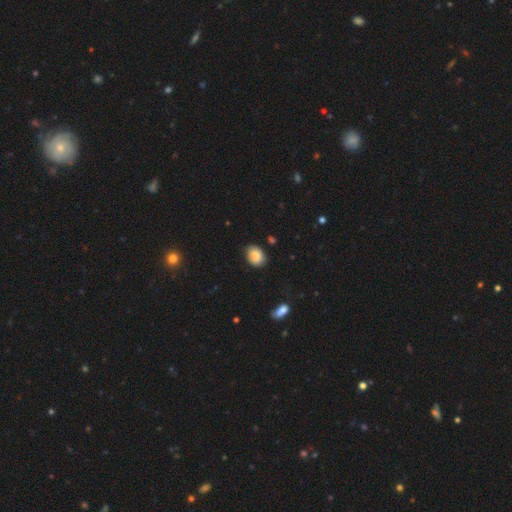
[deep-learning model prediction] Smooth or featured? smooth (83%)
How rounded? in between (63%)
Merging? none (79%)